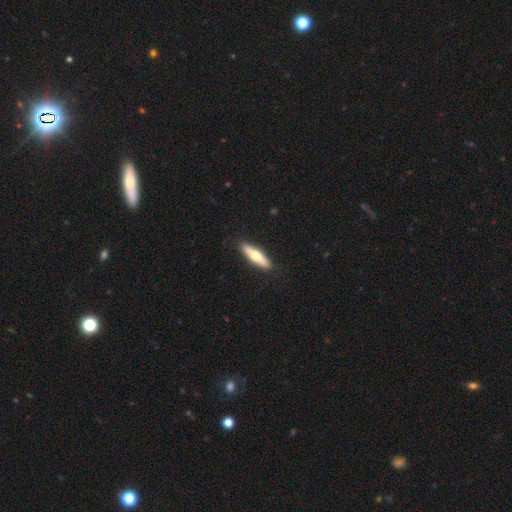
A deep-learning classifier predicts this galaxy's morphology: Q: Smooth or featured?
A: smooth (50%); runner-up: featured or disk (45%)
Q: How rounded?
A: cigar-shaped (77%); runner-up: in between (21%)
Q: Merging?
A: none (90%); runner-up: minor disturbance (7%)